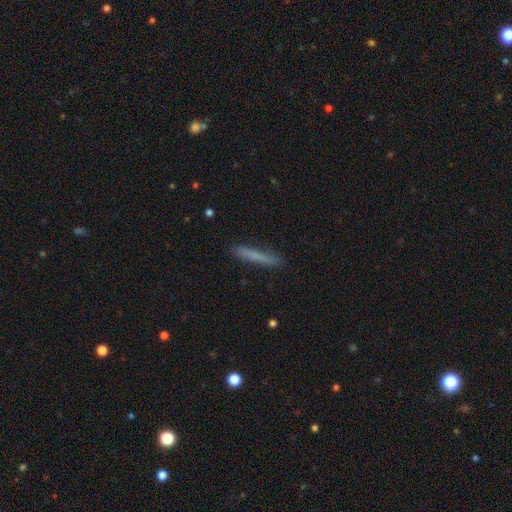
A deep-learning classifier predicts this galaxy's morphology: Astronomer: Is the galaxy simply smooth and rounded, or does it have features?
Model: smooth — 72%.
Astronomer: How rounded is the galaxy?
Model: cigar-shaped — 95%.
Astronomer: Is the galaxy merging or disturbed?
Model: none — 87%.